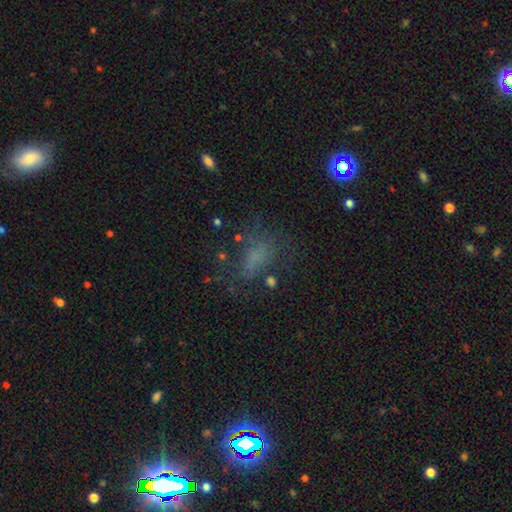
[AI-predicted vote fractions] smooth-or-featured: smooth: 54% | star or artifact: 24% | featured or disk: 22%
  how-rounded: in between: 76% | round: 15% | cigar-shaped: 9%
  merging: none: 49% | major disturbance: 25% | minor disturbance: 21% | merger: 5%